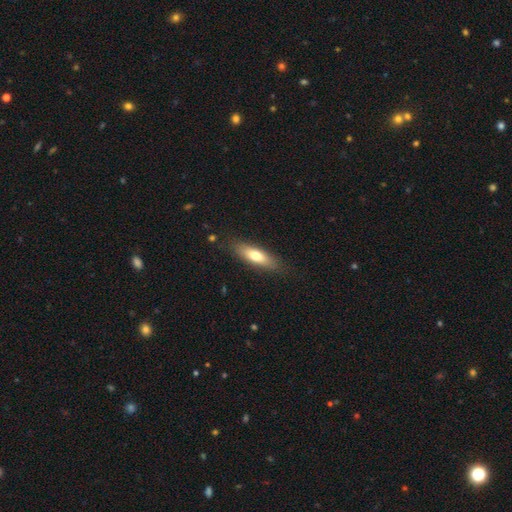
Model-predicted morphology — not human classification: Smooth or featured?
  - smooth: 69% *
  - featured or disk: 25%
  - star or artifact: 6%
How rounded?
  - in between: 52% *
  - cigar-shaped: 46%
  - round: 2%
Merging?
  - none: 84% *
  - minor disturbance: 12%
  - major disturbance: 3%
  - merger: 1%